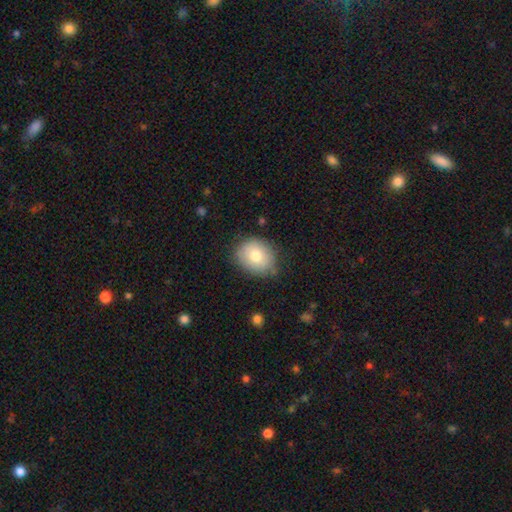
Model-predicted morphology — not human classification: The model was most divided on "how rounded": round: 55%, in between: 44%, cigar-shaped: 1%. More confident: smooth or featured — smooth (76%); merging — none (76%).